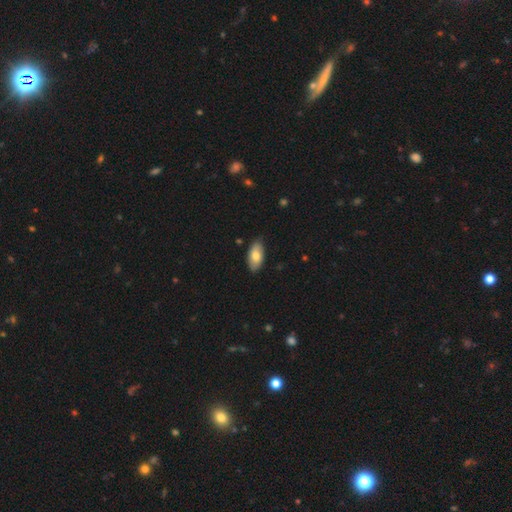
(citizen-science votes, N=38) Overall: smooth (79%). How rounded: in between (100%). Merging: none (78%).